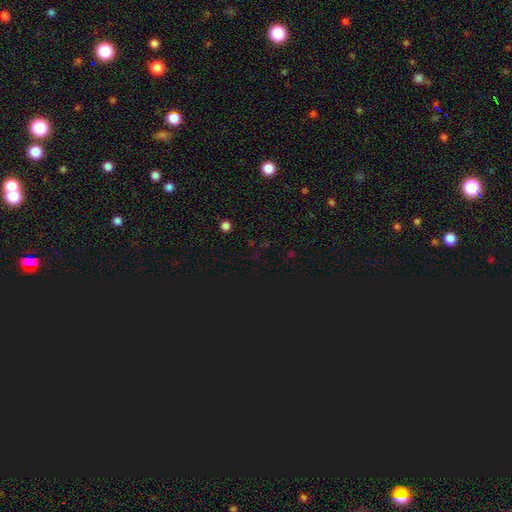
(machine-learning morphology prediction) A star or artifact, not a galaxy (70%).

Vote fractions:
- Smooth or featured? star or artifact: 70% / smooth: 23% / featured or disk: 7%